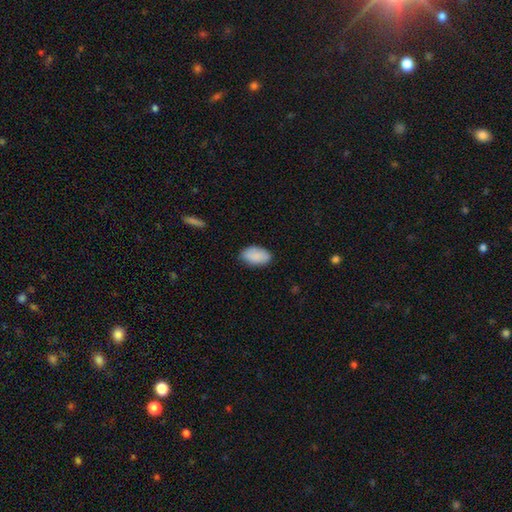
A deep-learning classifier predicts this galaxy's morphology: Q: Smooth or featured?
A: smooth (88%); runner-up: star or artifact (6%)
Q: How rounded?
A: in between (93%); runner-up: round (5%)
Q: Merging?
A: none (80%); runner-up: minor disturbance (16%)